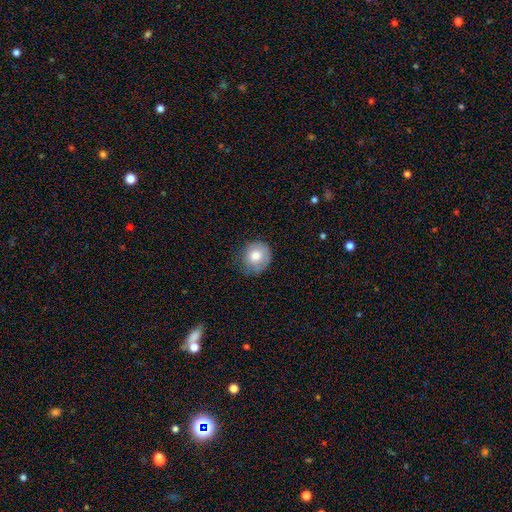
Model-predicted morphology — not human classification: smooth_or_featured: smooth (p=0.76) [alt: featured or disk p=0.16]
how_rounded: round (p=0.84) [alt: in between p=0.15]
merging: none (p=0.64) [alt: minor disturbance p=0.26]